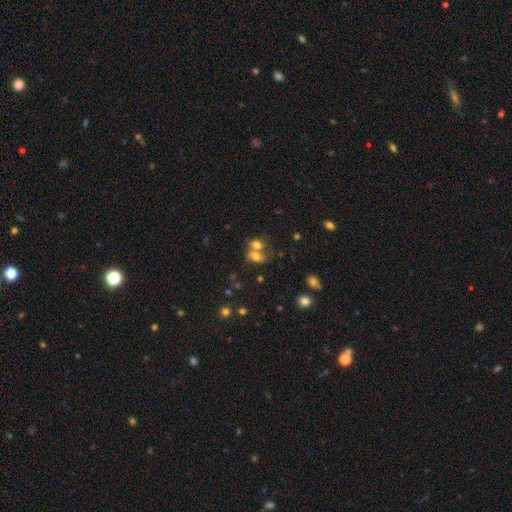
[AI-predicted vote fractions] A smooth galaxy with no disk features (70%) that is in between round and cigar-shaped (65%).

Vote fractions:
- Smooth or featured? smooth: 70% / featured or disk: 17% / star or artifact: 13%
- How rounded? in between: 65% / round: 33% / cigar-shaped: 2%
- Merging? merger: 61% / none: 26% / minor disturbance: 8% / major disturbance: 4%